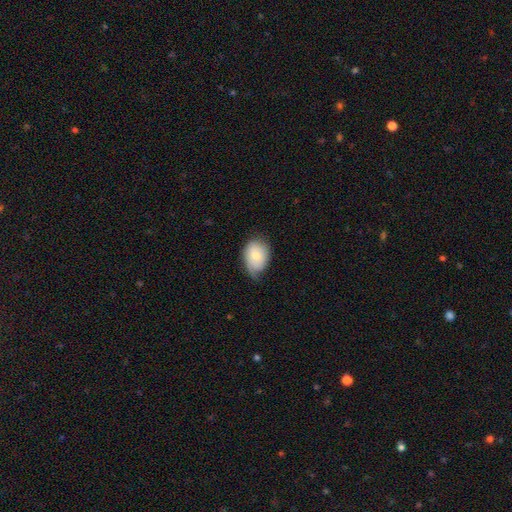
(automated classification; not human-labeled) This appears to be a smooth galaxy with no disk features (73%) that is in between round and cigar-shaped (77%). Merging: none (46%).